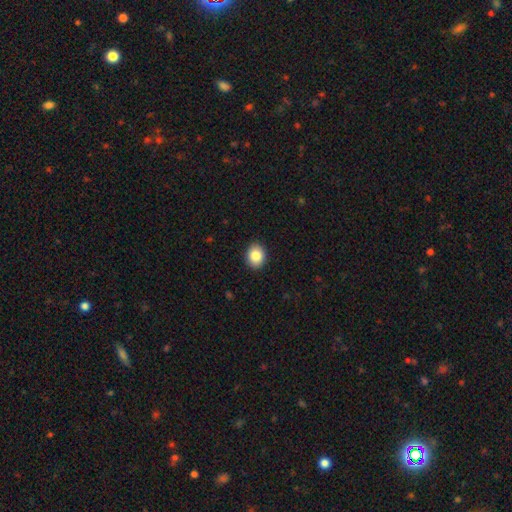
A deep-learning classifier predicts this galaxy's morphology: A smooth galaxy with no disk features (85%) that is round (52%).

Vote fractions:
- Smooth or featured? smooth: 85% / star or artifact: 9% / featured or disk: 6%
- How rounded? round: 52% / in between: 47% / cigar-shaped: 1%
- Merging? none: 91% / minor disturbance: 6% / major disturbance: 2% / merger: 1%